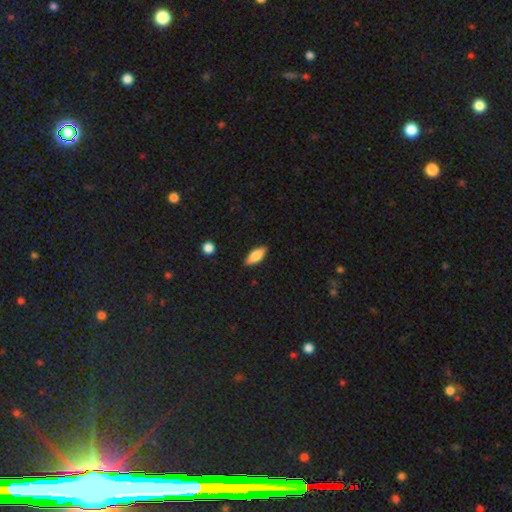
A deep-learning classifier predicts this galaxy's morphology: Smooth or featured: smooth — 73% (featured or disk — 20%)
How rounded: in between — 76% (cigar-shaped — 21%)
Merging: none — 87% (minor disturbance — 10%)